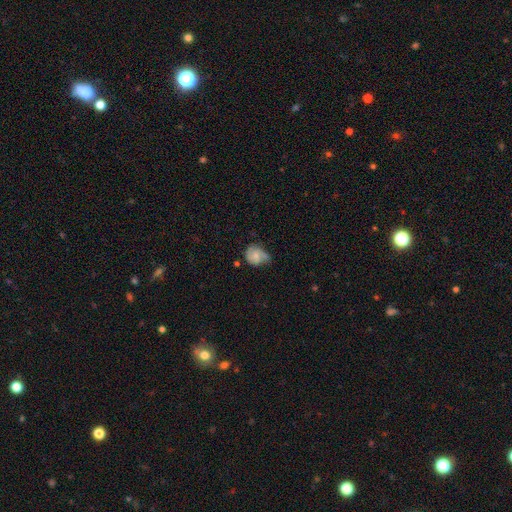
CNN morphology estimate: featured or disk 57%, smooth 35%, star or artifact 8%. Down the decision tree: edge-on disk — no (97%); bar — no (61%); spiral arms — yes (87%); bulge size — small (52%); merging — none (45%).